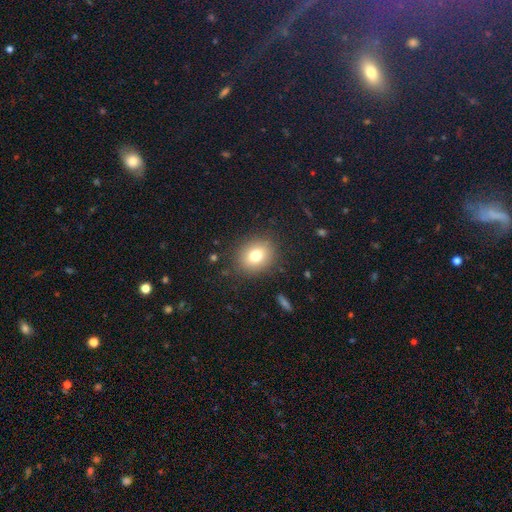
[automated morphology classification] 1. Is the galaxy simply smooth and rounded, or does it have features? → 75% smooth, 12% featured or disk, 12% star or artifact.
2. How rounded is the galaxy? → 64% round, 35% in between, 1% cigar-shaped.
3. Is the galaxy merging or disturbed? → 87% none, 9% minor disturbance, 3% major disturbance, 1% merger.